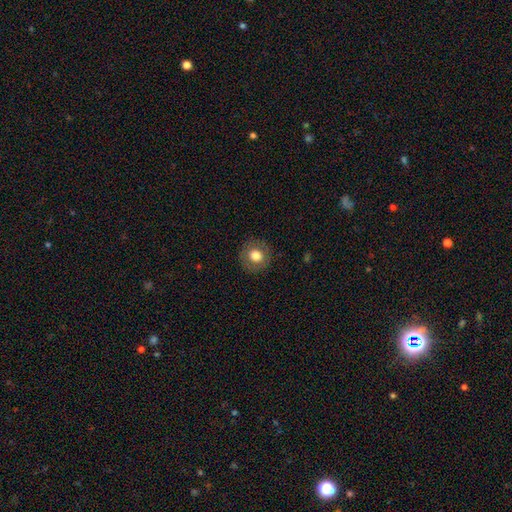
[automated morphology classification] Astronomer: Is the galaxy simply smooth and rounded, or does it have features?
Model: smooth — 75%.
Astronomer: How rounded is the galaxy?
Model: round — 89%.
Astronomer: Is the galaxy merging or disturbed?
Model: none — 88%.